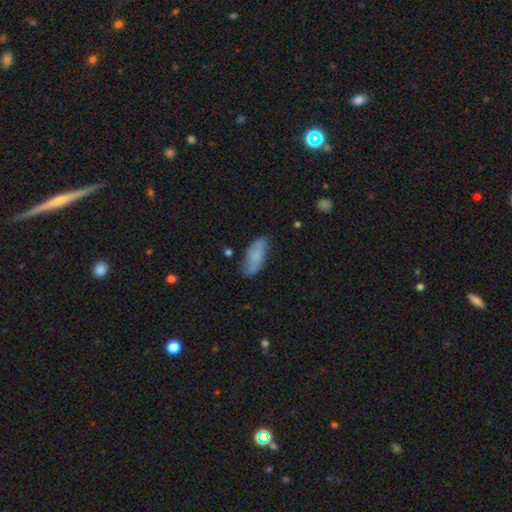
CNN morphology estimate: Smooth or featured: smooth — 73% (featured or disk — 19%)
How rounded: in between — 80% (cigar-shaped — 18%)
Merging: none — 67% (minor disturbance — 25%)